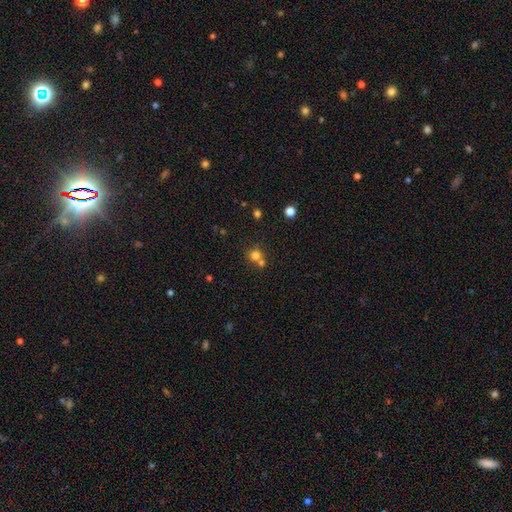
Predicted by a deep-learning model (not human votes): smooth 73%, star or artifact 16%, featured or disk 11%. Down the decision tree: how rounded — round (84%); merging — none (48%).